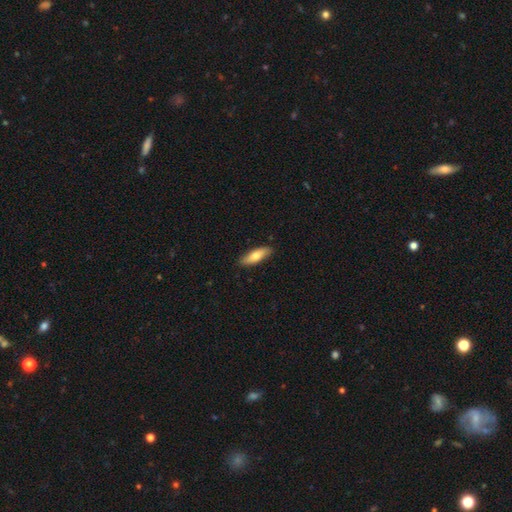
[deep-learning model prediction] This appears to be a smooth galaxy with no disk features (73%) that is in between round and cigar-shaped (54%). Merging: none (88%).